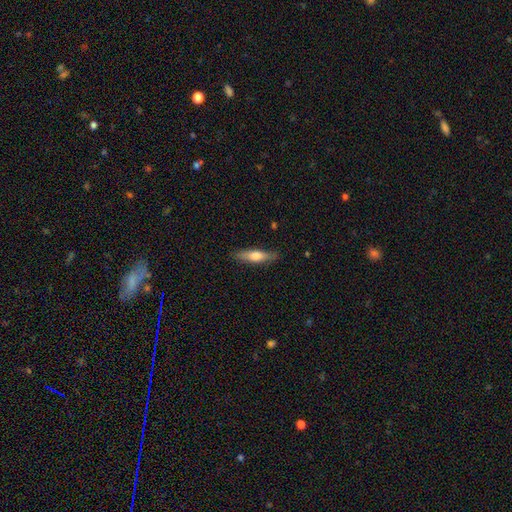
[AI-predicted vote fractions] This is likely a smooth galaxy (61%). How rounded: likely cigar-shaped (71%). Merging: clearly none (86%).